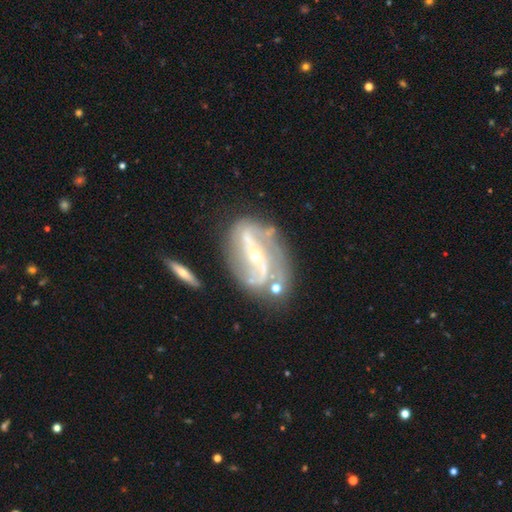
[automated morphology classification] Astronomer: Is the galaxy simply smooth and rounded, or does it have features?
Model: featured or disk — 88%.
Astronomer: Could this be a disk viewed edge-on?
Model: no — 94%.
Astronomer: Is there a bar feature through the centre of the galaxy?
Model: strong — 49% (runner-up: weak, 25%).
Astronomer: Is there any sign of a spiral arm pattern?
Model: yes — 93%.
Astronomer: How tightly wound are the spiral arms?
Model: loose — 44% (runner-up: medium, 38%).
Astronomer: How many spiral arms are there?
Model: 2 — 86%.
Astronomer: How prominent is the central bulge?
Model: small — 69%.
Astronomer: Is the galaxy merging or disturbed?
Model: none — 64%.